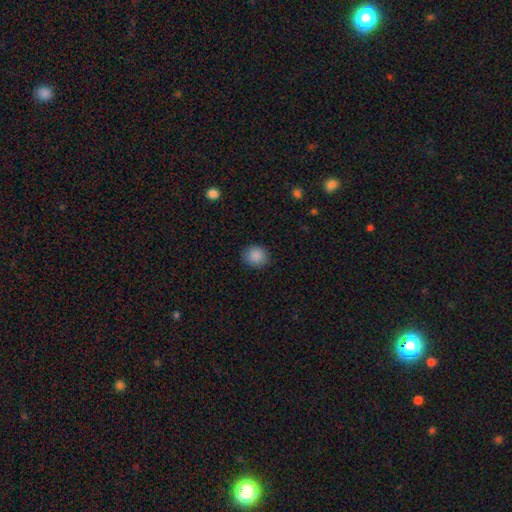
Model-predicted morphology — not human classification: A smooth galaxy with no disk features (88%) that is round (76%).

Vote fractions:
- Smooth or featured? smooth: 88% / star or artifact: 9% / featured or disk: 3%
- How rounded? round: 76% / in between: 23% / cigar-shaped: 1%
- Merging? none: 88% / minor disturbance: 9% / major disturbance: 2% / merger: 1%